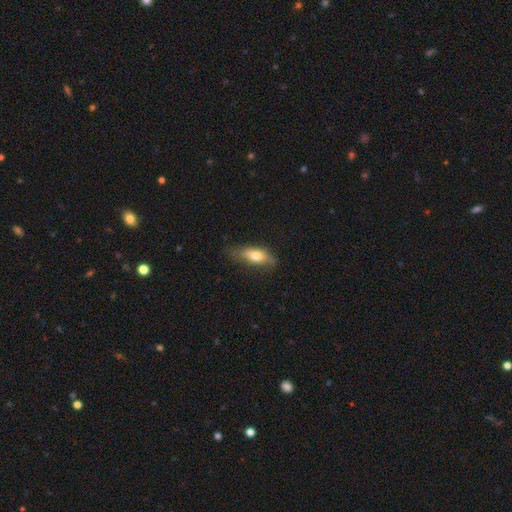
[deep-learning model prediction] Q: Smooth or featured?
A: smooth (66%); runner-up: featured or disk (28%)
Q: How rounded?
A: in between (67%); runner-up: cigar-shaped (29%)
Q: Merging?
A: none (69%); runner-up: minor disturbance (24%)